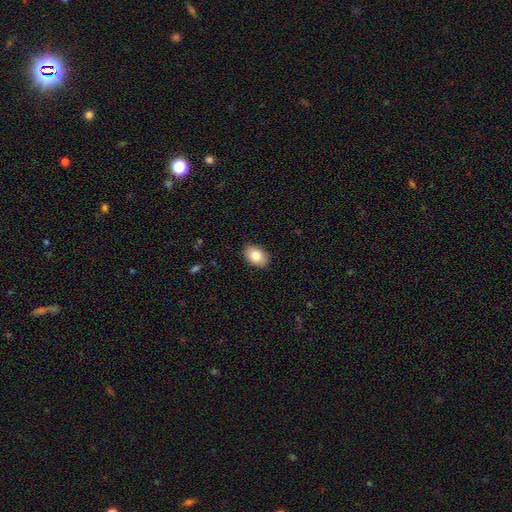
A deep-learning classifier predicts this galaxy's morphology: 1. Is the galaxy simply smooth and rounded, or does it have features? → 83% smooth, 10% featured or disk, 7% star or artifact.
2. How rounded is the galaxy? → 86% in between, 13% round, 1% cigar-shaped.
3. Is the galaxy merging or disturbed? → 89% none, 8% minor disturbance, 2% major disturbance, 1% merger.